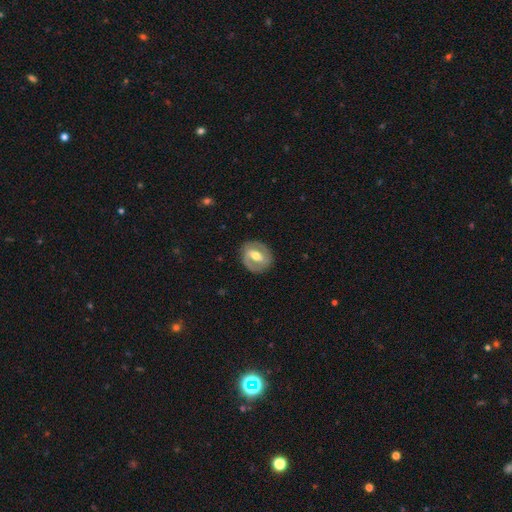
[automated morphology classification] The model was most divided on "bar": strong: 42%, weak: 41%, no: 17%. More confident: edge-on disk — no (95%); merging — none (83%); bulge size — moderate (72%); smooth or featured — featured or disk (71%); spiral arms — yes (67%).